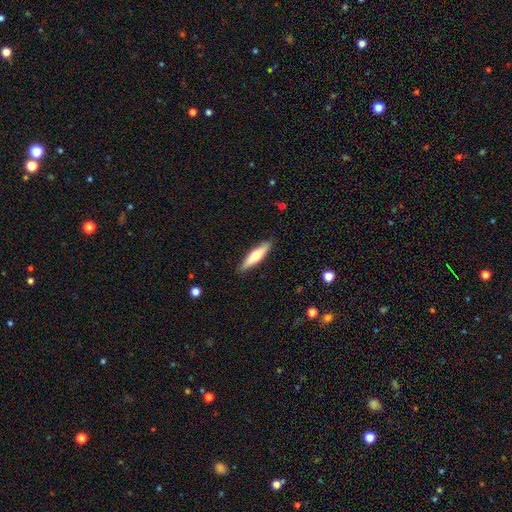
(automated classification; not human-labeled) This is possibly a smooth galaxy (55%). How rounded: likely cigar-shaped (73%). Merging: clearly none (89%).